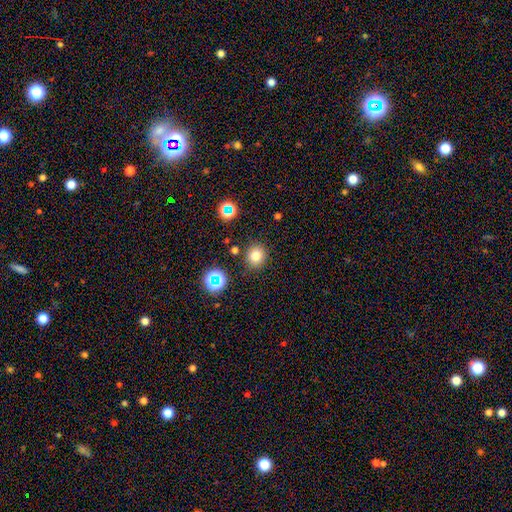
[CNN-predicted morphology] Overall: smooth (74%). How rounded: round (88%). Merging: none (85%).